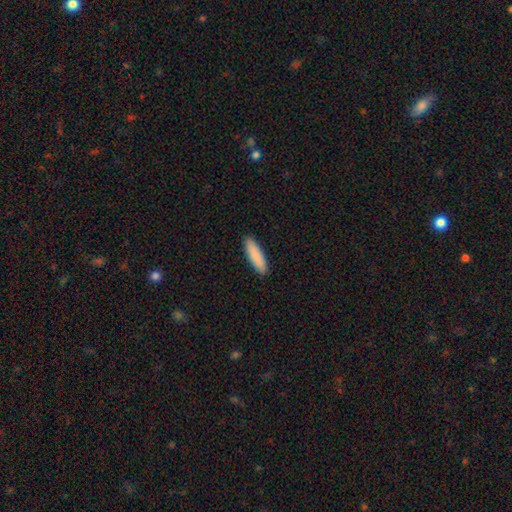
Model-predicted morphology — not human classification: type=smooth (89%); roundness=cigar-shaped (67%); merging=none (91%).